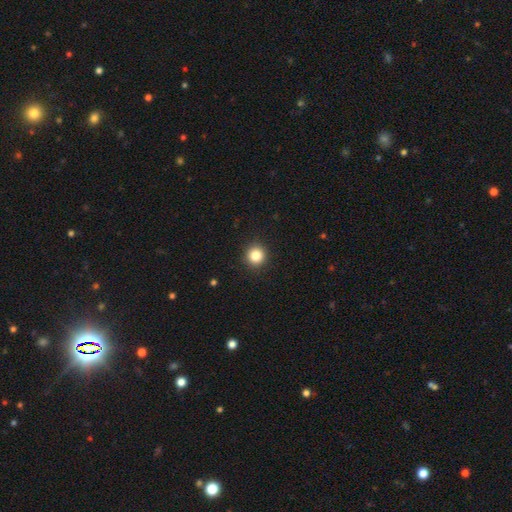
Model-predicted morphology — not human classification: type=smooth (83%); roundness=round (93%); merging=none (92%).